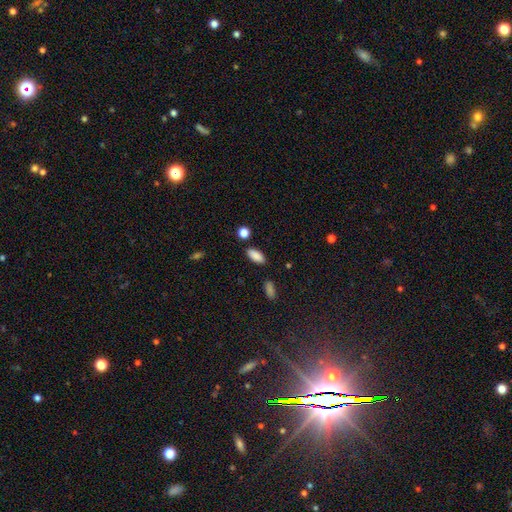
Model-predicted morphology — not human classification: The model was most divided on "merging": none: 84%, minor disturbance: 10%, merger: 4%, major disturbance: 3%. More confident: smooth or featured — smooth (88%); how rounded — in between (86%).